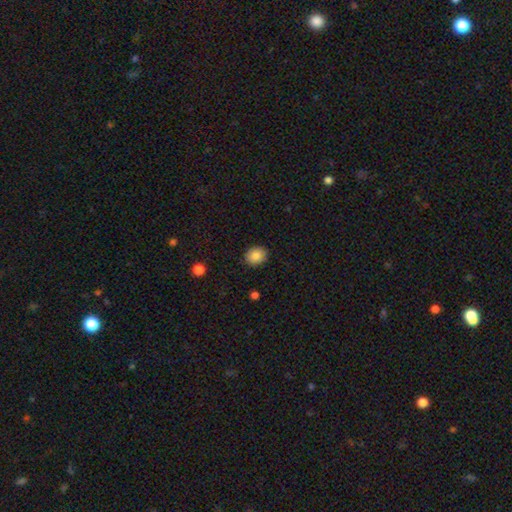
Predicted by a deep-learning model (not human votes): smooth 86%, star or artifact 9%, featured or disk 5%. Down the decision tree: how rounded — round (58%); merging — none (89%).